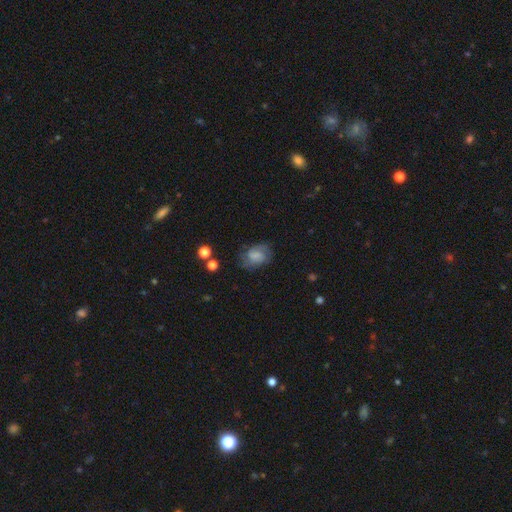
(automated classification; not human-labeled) A smooth galaxy with no disk features (46%). Merging: none (63%).